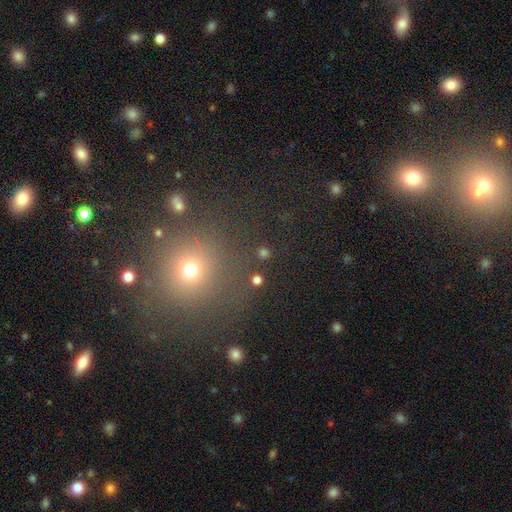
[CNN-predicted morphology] This appears to be a smooth galaxy with no disk features (56%) that is round (91%). Merging: none (84%).